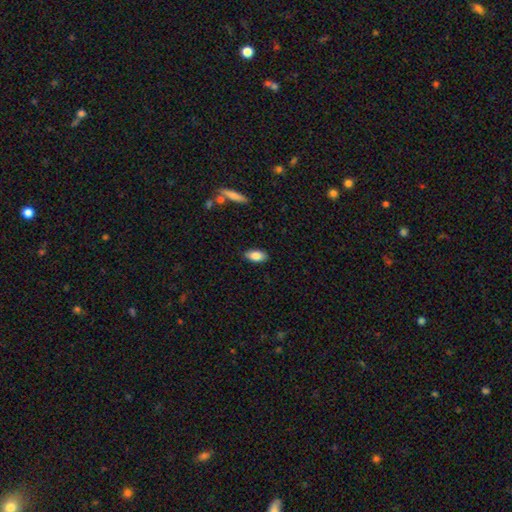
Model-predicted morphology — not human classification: A smooth galaxy with no disk features (85%) that is in between round and cigar-shaped (91%). Merging: none (87%).